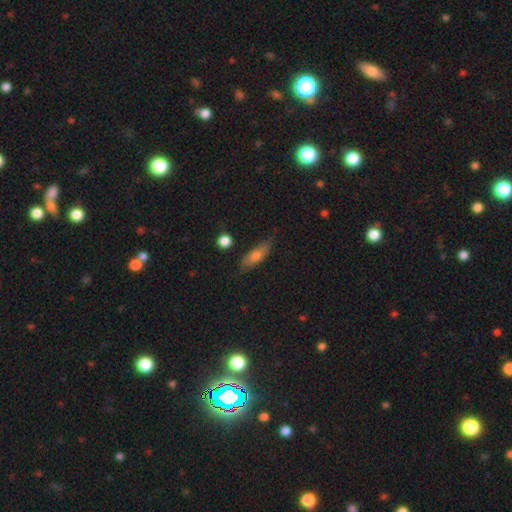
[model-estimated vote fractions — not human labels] Smooth or featured? smooth (66%)
How rounded? in between (52%)
Merging? none (73%)